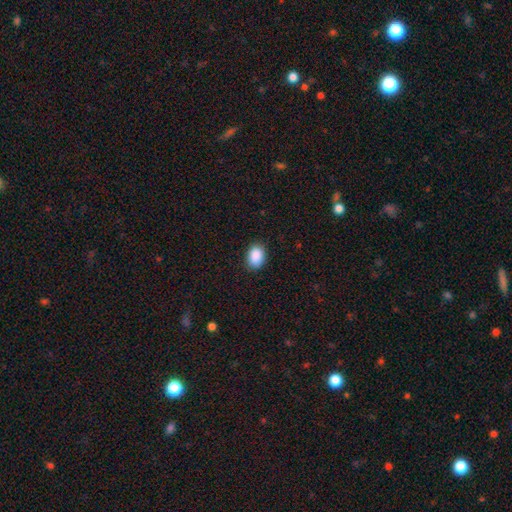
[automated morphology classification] smooth 90%, star or artifact 8%, featured or disk 3%. Down the decision tree: how rounded — in between (76%); merging — none (87%).